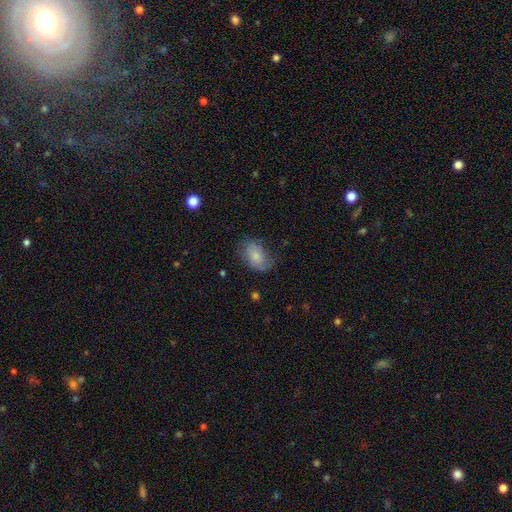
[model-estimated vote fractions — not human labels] A smooth galaxy with no disk features (73%) that is in between round and cigar-shaped (86%). Merging: none (56%).